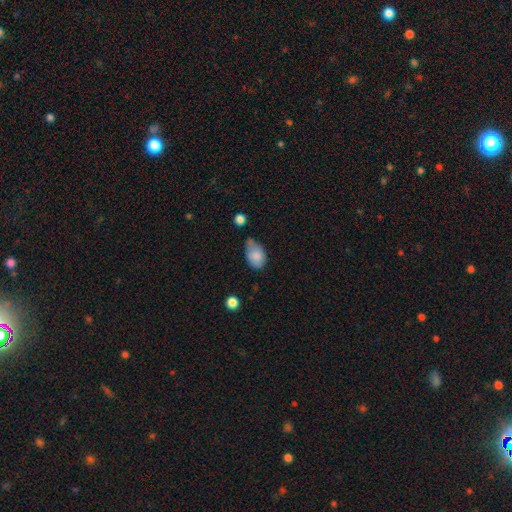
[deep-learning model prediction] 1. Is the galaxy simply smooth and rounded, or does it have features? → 81% smooth, 11% featured or disk, 8% star or artifact.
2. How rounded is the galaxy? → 86% in between, 13% round, 1% cigar-shaped.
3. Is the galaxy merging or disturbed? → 40% minor disturbance, 37% none, 13% merger, 10% major disturbance.